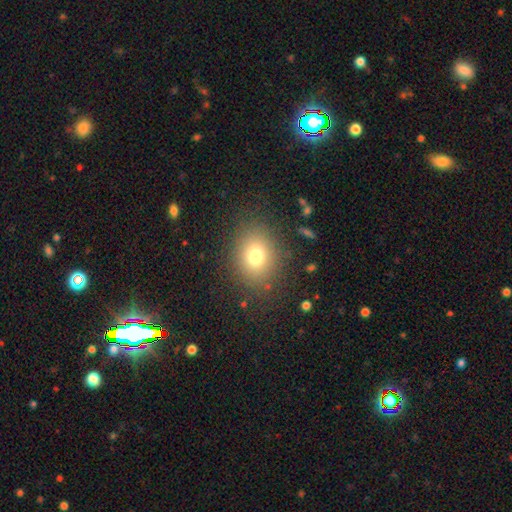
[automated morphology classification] Smooth or featured? Predicted: smooth (p=0.74). How rounded? Predicted: round (p=0.62). Merging? Predicted: none (p=0.85).